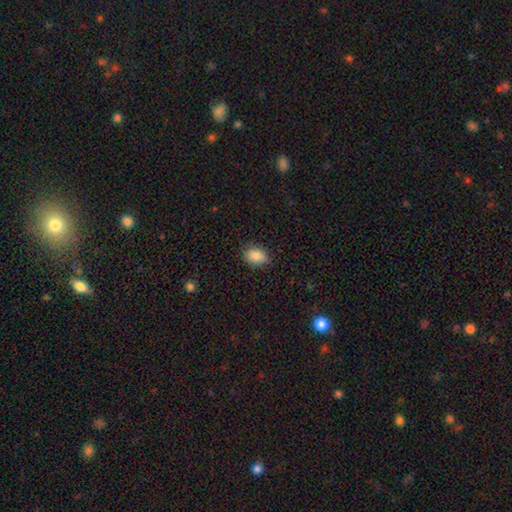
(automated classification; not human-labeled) This appears to be a smooth galaxy with no disk features (86%) that is in between round and cigar-shaped (73%). Merging: none (76%).